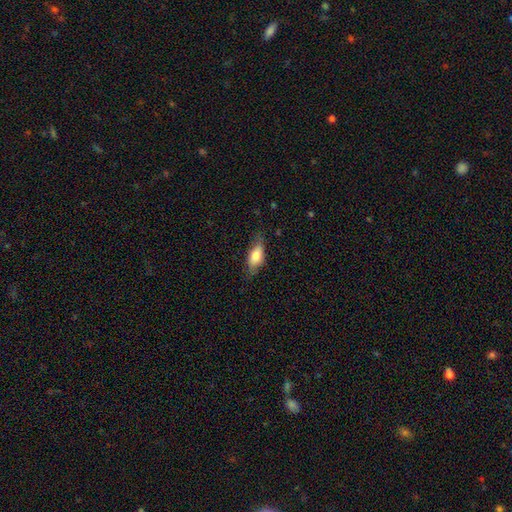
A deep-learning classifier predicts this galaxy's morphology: Smooth or featured: smooth — 75% (featured or disk — 18%)
How rounded: in between — 79% (cigar-shaped — 18%)
Merging: none — 70% (minor disturbance — 23%)